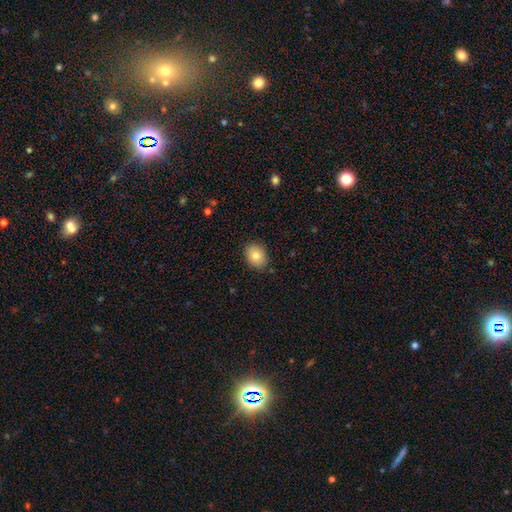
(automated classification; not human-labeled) smooth_or_featured: smooth (p=0.82) [alt: featured or disk p=0.10]
how_rounded: in between (p=0.56) [alt: round p=0.43]
merging: none (p=0.87) [alt: minor disturbance p=0.10]